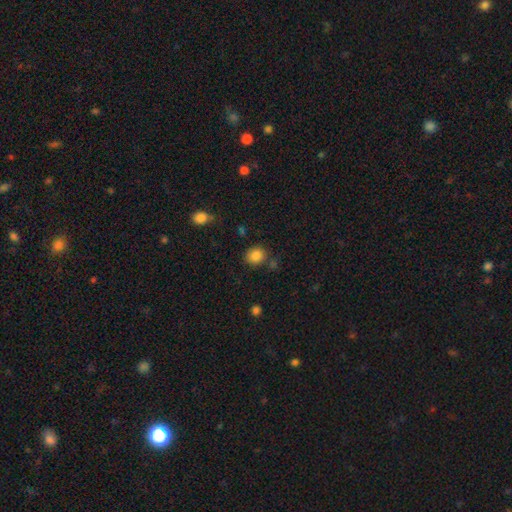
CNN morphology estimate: This appears to be a smooth galaxy with no disk features (85%) that is round (76%). Merging: none (77%).